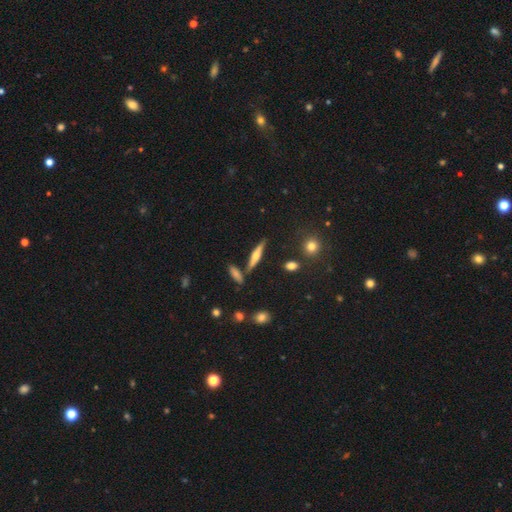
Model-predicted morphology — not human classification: The model was most divided on "smooth or featured": featured or disk: 58%, smooth: 34%, star or artifact: 8%. More confident: edge-on disk — yes (95%); edge-on bulge — rounded (83%); merging — none (79%).